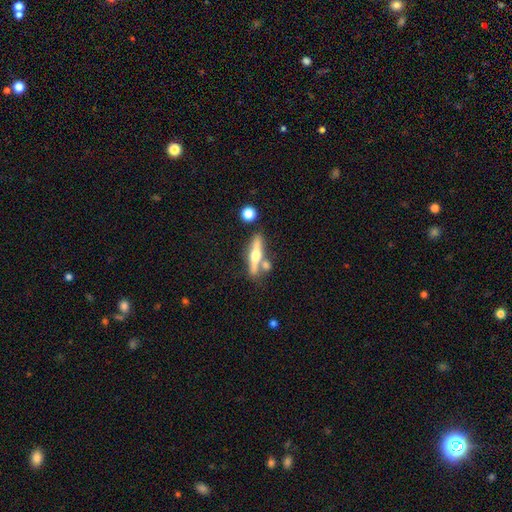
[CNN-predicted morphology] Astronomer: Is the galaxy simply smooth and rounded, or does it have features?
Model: featured or disk — 63%.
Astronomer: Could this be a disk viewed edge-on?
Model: yes — 94%.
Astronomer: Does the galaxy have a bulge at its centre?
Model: rounded — 94%.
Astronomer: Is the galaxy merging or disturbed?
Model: none — 68%.